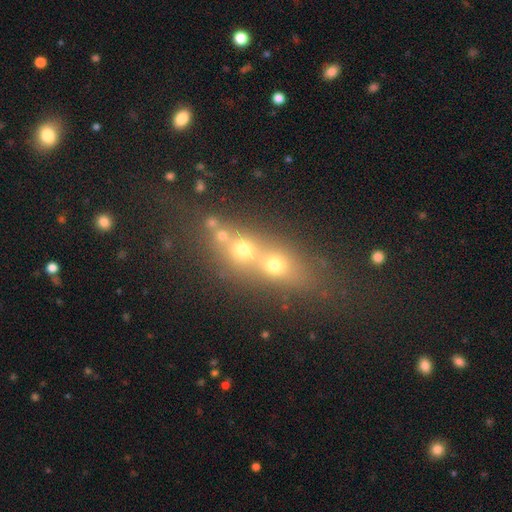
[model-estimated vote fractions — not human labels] Smooth or featured? Predicted: smooth (p=0.42). Merging? Predicted: merger (p=0.58).